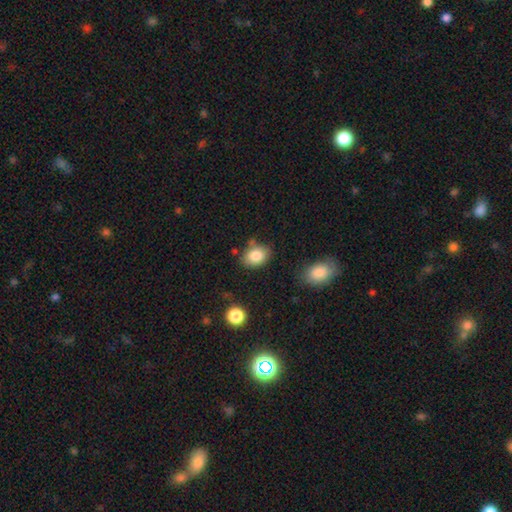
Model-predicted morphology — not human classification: smooth_or_featured: smooth (p=0.84) [alt: featured or disk p=0.08]
how_rounded: in between (p=0.72) [alt: round p=0.27]
merging: none (p=0.74) [alt: minor disturbance p=0.17]